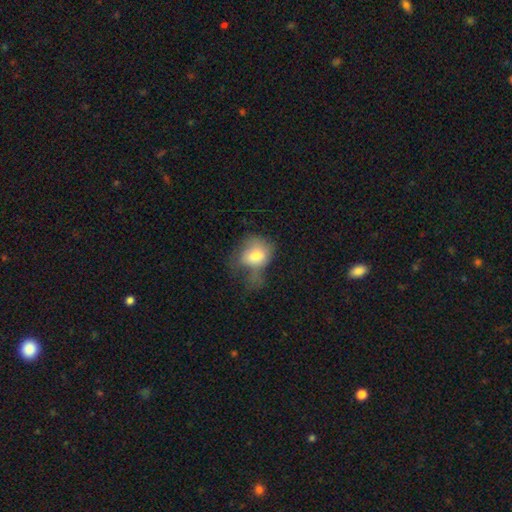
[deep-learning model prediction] Overall: smooth (69%). How rounded: in between (58%; round 41%). Merging: major disturbance (45%; minor disturbance 27%).